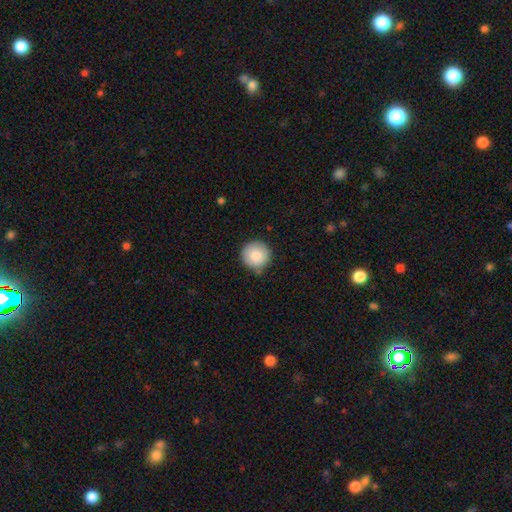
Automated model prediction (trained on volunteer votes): smooth-or-featured: smooth: 87% | star or artifact: 7% | featured or disk: 5%
  how-rounded: round: 95% | in between: 4% | cigar-shaped: 1%
  merging: none: 85% | minor disturbance: 11% | major disturbance: 2% | merger: 2%